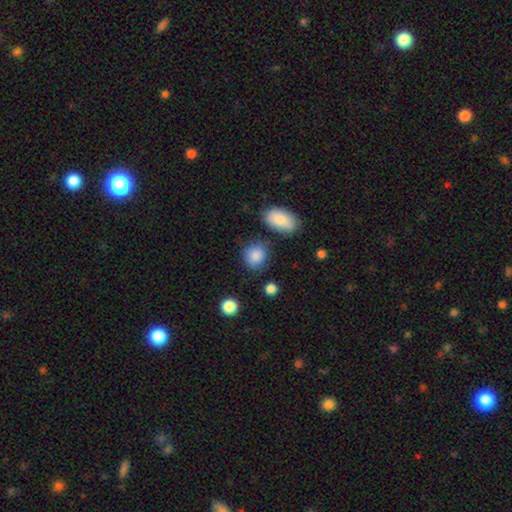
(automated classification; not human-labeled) smooth_or_featured: smooth (p=0.87) [alt: star or artifact p=0.08]
how_rounded: round (p=0.72) [alt: in between p=0.26]
merging: none (p=0.75) [alt: minor disturbance p=0.15]